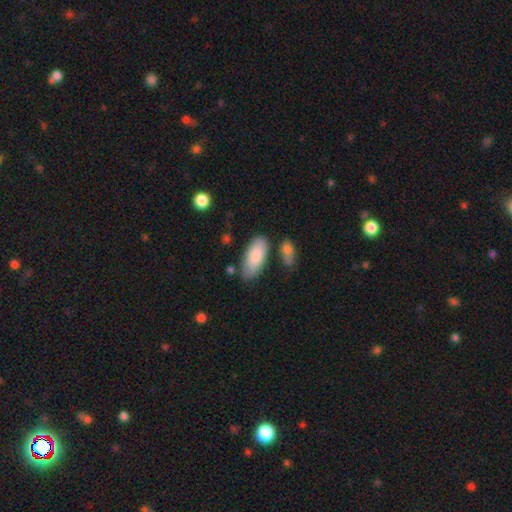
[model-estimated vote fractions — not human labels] The model was most divided on "merging": none: 72%, minor disturbance: 16%, merger: 8%, major disturbance: 4%. More confident: how rounded — in between (88%); smooth or featured — smooth (86%).